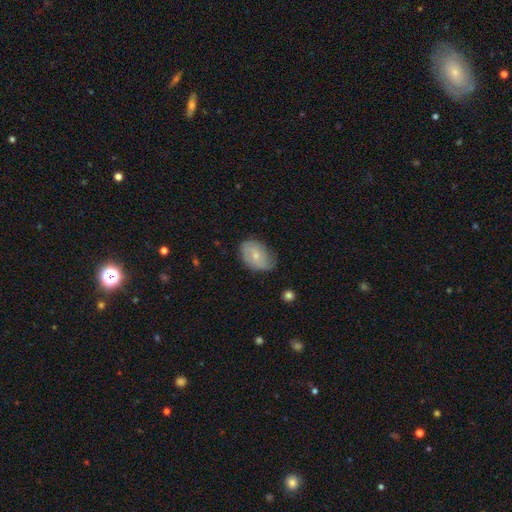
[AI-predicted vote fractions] This is possibly a smooth galaxy (56%). How rounded: clearly in between (84%). Merging: possibly none (59%).